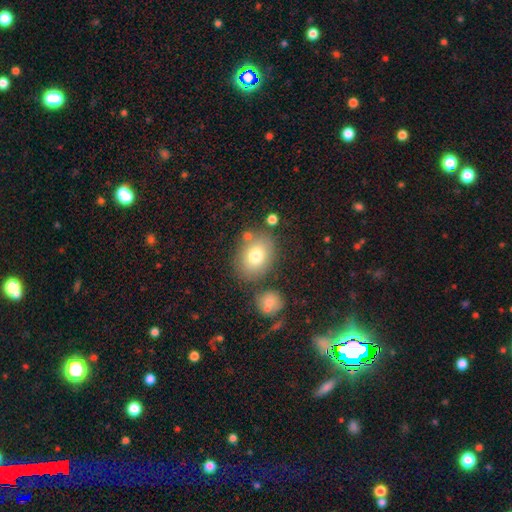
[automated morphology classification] Q: Smooth or featured?
A: smooth (76%); runner-up: featured or disk (14%)
Q: How rounded?
A: in between (59%); runner-up: round (40%)
Q: Merging?
A: none (72%); runner-up: minor disturbance (14%)